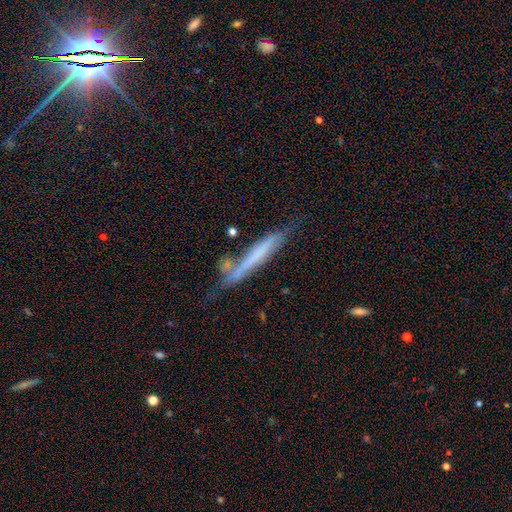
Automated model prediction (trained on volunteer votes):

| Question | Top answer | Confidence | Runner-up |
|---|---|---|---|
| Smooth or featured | smooth | 51% | featured or disk (42%) |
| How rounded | cigar-shaped | 94% | in between (4%) |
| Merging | none | 58% | minor disturbance (23%) |